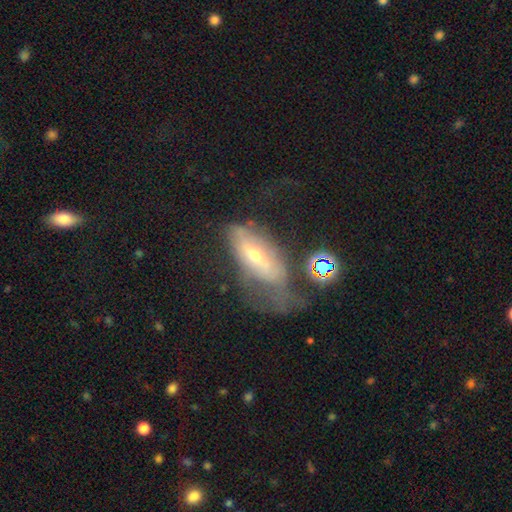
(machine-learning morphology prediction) smooth-or-featured: featured or disk: 55% | smooth: 34% | star or artifact: 11%
  disk-edge-on: no: 73% | yes: 27%
  merging: major disturbance: 45% | none: 25% | minor disturbance: 23% | merger: 7%